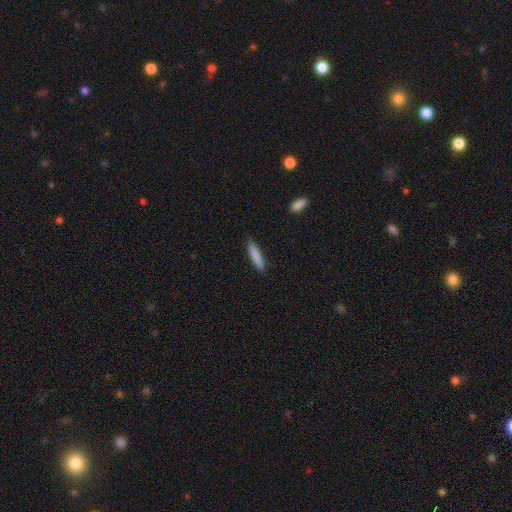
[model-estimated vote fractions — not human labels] A smooth galaxy with no disk features (85%) that is cigar-shaped (85%). Merging: none (89%).